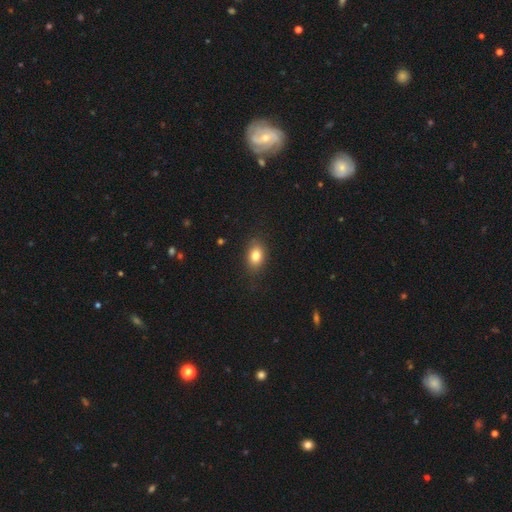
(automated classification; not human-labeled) The model was most divided on "how rounded": in between: 78%, round: 20%, cigar-shaped: 2%. More confident: merging — none (84%); smooth or featured — smooth (81%).